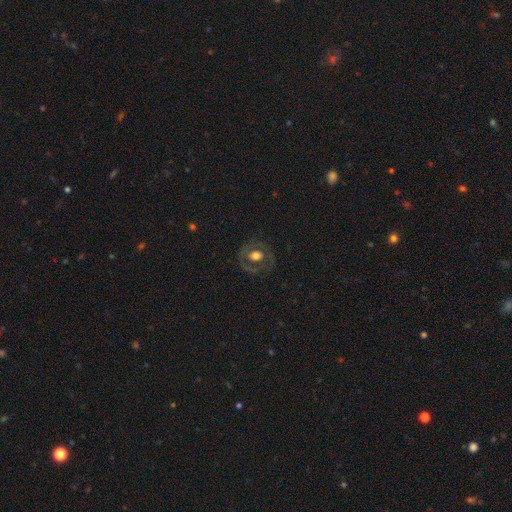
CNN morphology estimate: Smooth or featured? featured or disk (51%)
Edge-on disk? no (95%)
Merging? none (76%)